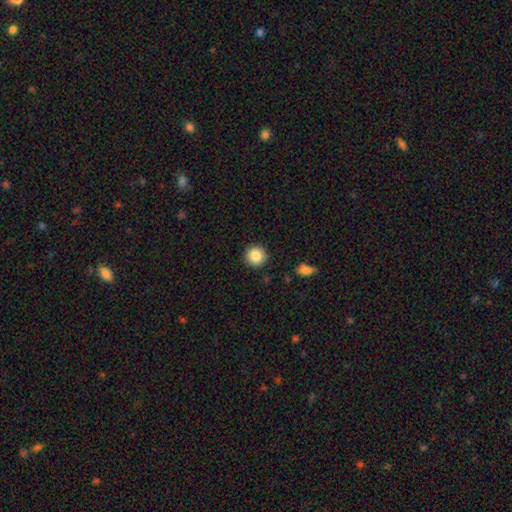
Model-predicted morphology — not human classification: This appears to be a smooth galaxy with no disk features (86%) that is round (94%). Merging: none (91%).